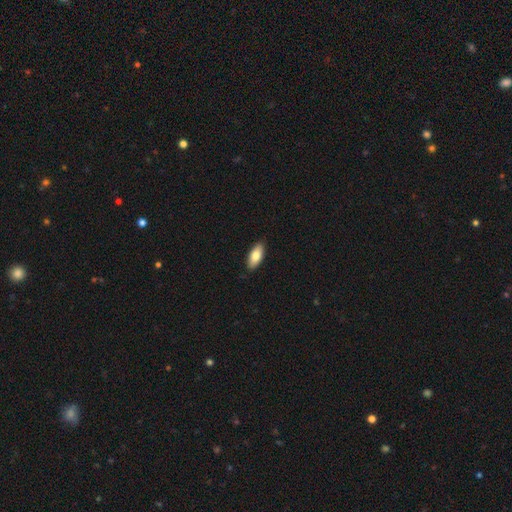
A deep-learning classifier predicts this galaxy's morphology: Smooth or featured?
  - smooth: 82% *
  - featured or disk: 12%
  - star or artifact: 6%
How rounded?
  - in between: 87% *
  - cigar-shaped: 11%
  - round: 2%
Merging?
  - none: 88% *
  - minor disturbance: 10%
  - major disturbance: 2%
  - merger: 1%